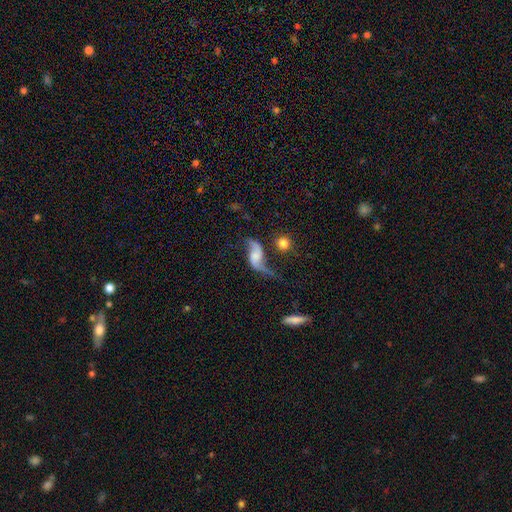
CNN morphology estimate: type=featured or disk (82%); edge-on=no (95%); bar=no (55%); spiral arms=yes (95%); winding=loose (89%); arm count=2 (92%); bulge=none (36%); merging=none (53%).